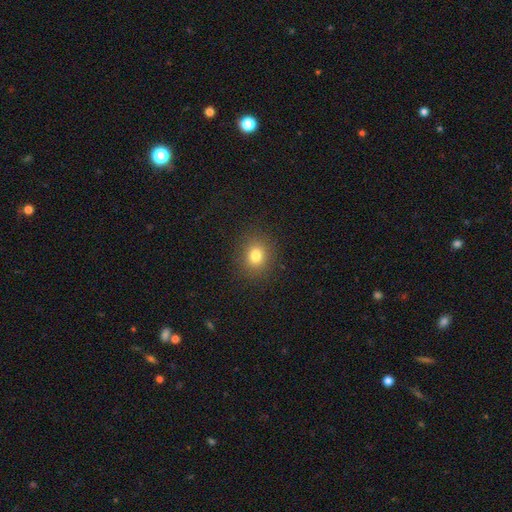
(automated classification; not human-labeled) This appears to be a smooth galaxy with no disk features (80%) that is round (64%). Merging: none (88%).